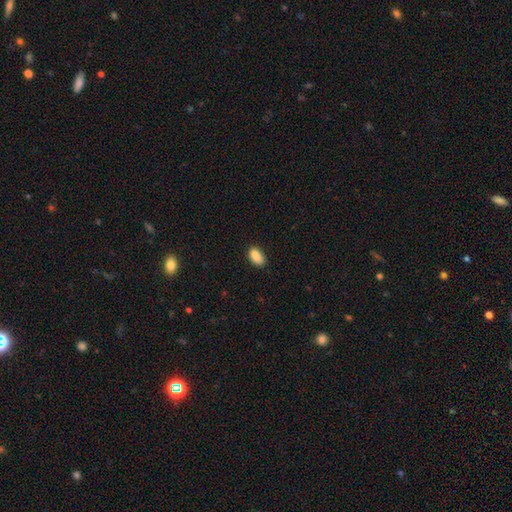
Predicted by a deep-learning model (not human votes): This appears to be a smooth galaxy with no disk features (86%) that is in between round and cigar-shaped (90%). Merging: none (69%).